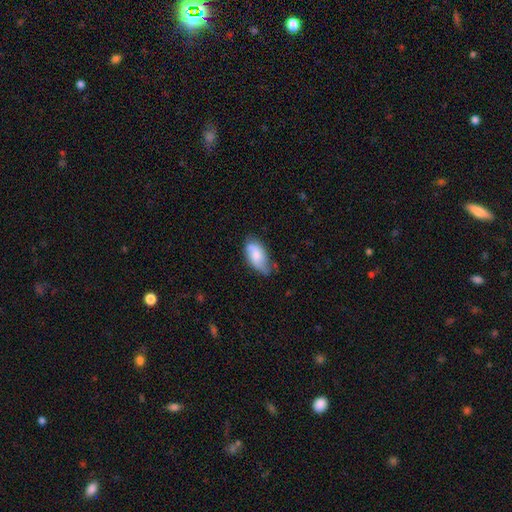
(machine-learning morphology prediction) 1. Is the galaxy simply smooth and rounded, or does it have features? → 59% smooth, 34% featured or disk, 7% star or artifact.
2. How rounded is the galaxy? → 92% in between, 4% cigar-shaped, 4% round.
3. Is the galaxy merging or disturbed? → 50% none, 37% minor disturbance, 9% major disturbance, 3% merger.